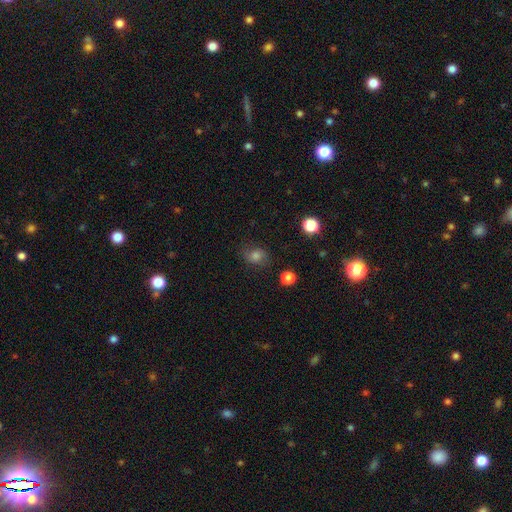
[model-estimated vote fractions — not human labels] Smooth or featured? Predicted: smooth (p=0.73). How rounded? Predicted: round (p=0.53). Merging? Predicted: none (p=0.74).